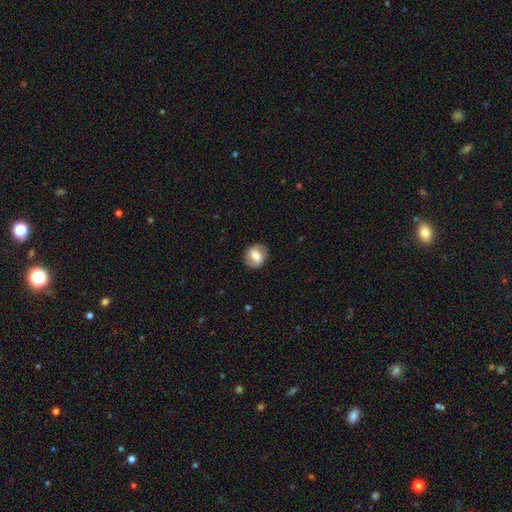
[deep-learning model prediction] Morphology: type=smooth (68%); roundness=round (62%); merging=none (84%).